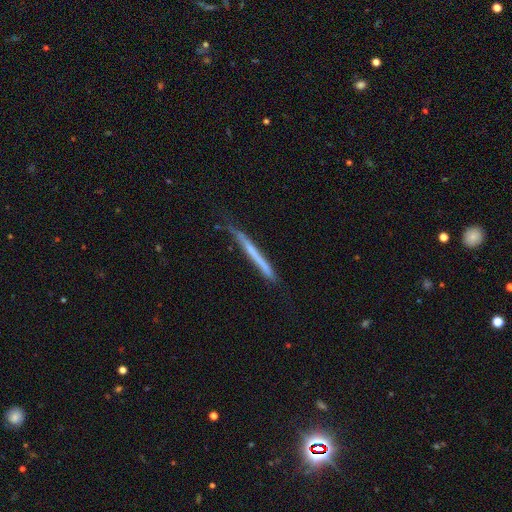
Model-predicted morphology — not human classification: type=featured or disk (49%); merging=none (71%).